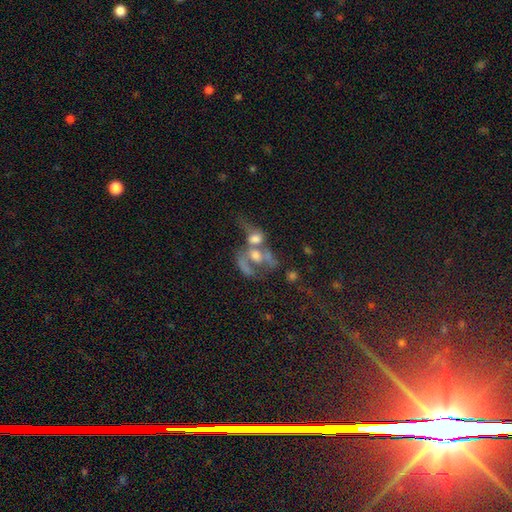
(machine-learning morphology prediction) A featured or disk galaxy (50%).

Vote fractions:
- Smooth or featured? featured or disk: 50% / smooth: 35% / star or artifact: 15%
- Merging? merger: 66% / major disturbance: 16% / none: 12% / minor disturbance: 6%